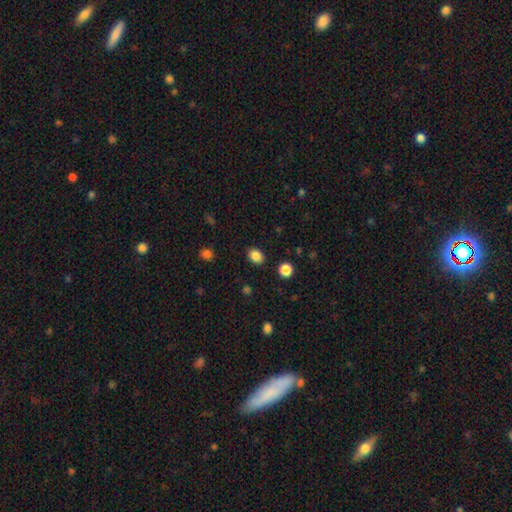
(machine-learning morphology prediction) smooth-or-featured: smooth: 86% | star or artifact: 10% | featured or disk: 4%
  how-rounded: in between: 61% | round: 38% | cigar-shaped: 1%
  merging: none: 88% | minor disturbance: 8% | major disturbance: 3% | merger: 2%